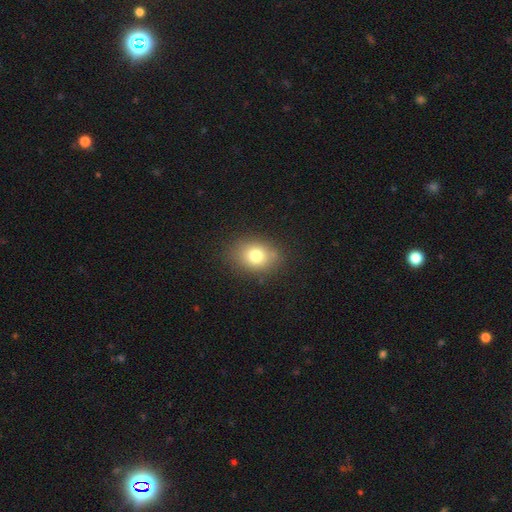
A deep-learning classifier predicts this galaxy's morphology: Overall: smooth (77%). How rounded: in between (56%; round 43%). Merging: none (82%).